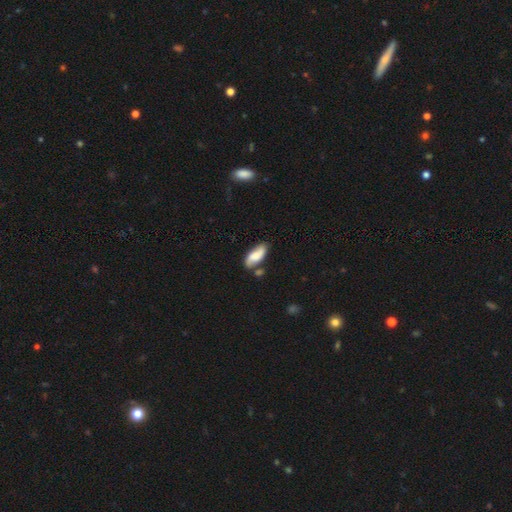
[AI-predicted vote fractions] Q: Smooth or featured?
A: smooth (60%); runner-up: featured or disk (32%)
Q: How rounded?
A: in between (82%); runner-up: cigar-shaped (16%)
Q: Merging?
A: none (61%); runner-up: minor disturbance (21%)